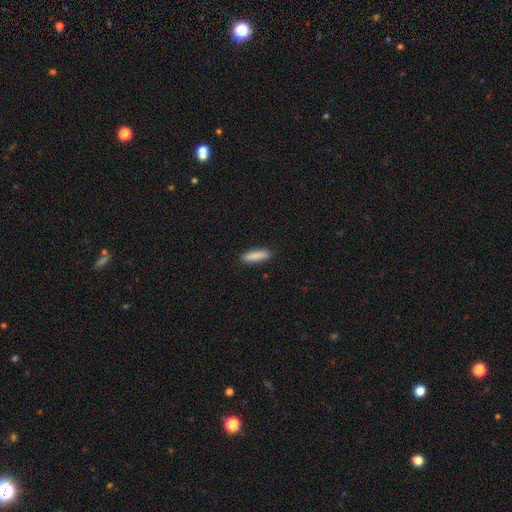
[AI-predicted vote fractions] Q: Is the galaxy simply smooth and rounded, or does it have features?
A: smooth — 88%.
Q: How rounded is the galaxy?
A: cigar-shaped — 74%.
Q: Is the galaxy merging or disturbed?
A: none — 90%.